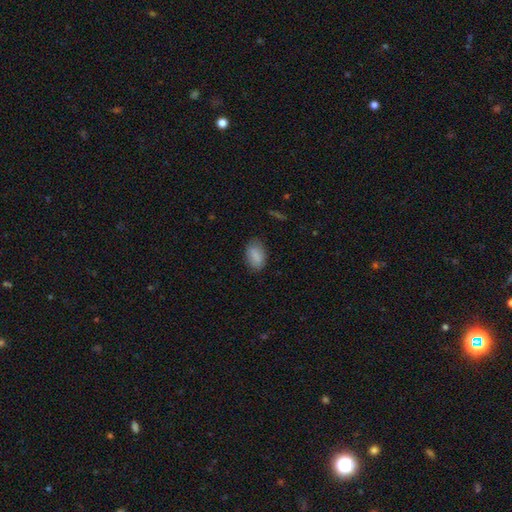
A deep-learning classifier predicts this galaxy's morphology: The model was most divided on "merging": none: 79%, minor disturbance: 16%, major disturbance: 4%, merger: 1%. More confident: how rounded — in between (90%); smooth or featured — smooth (86%).